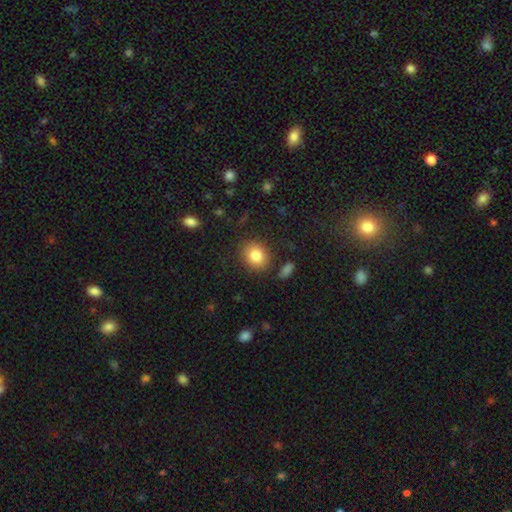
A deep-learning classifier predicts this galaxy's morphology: Smooth or featured? smooth (84%)
How rounded? round (65%)
Merging? none (85%)